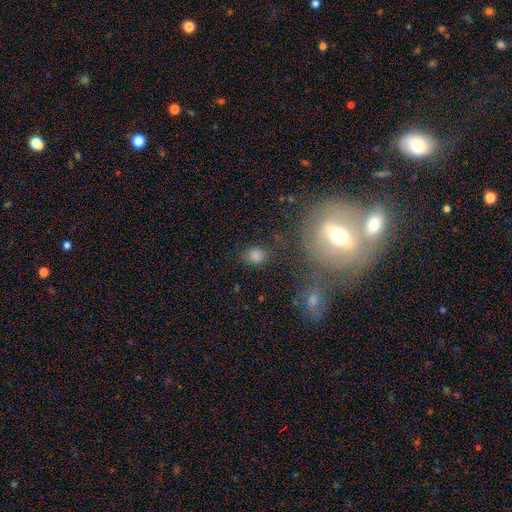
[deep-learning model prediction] Morphology: type=smooth (79%); roundness=round (69%); merging=none (76%).